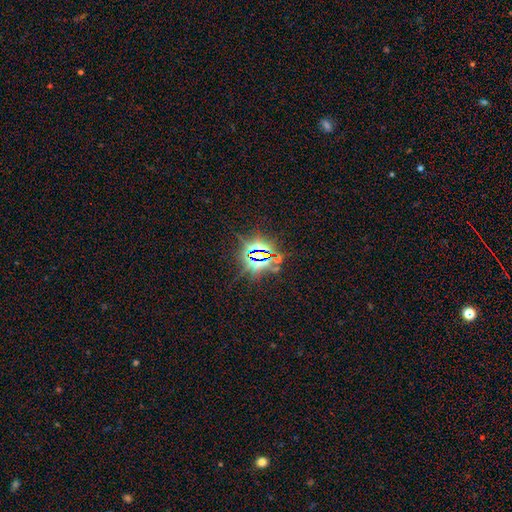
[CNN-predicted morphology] Smooth or featured? star or artifact (82%)